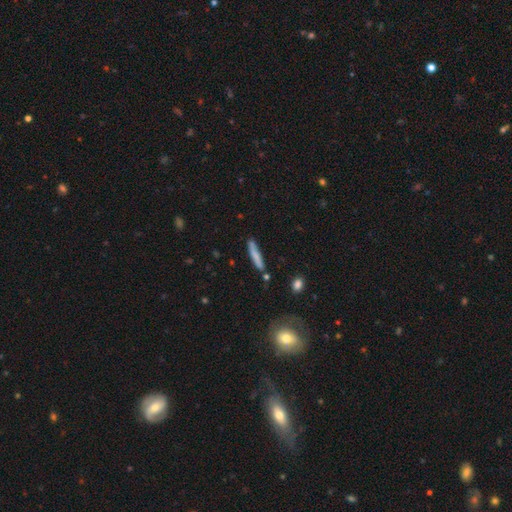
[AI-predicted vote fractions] A smooth galaxy with no disk features (76%) that is cigar-shaped (93%).

Vote fractions:
- Smooth or featured? smooth: 76% / featured or disk: 18% / star or artifact: 6%
- How rounded? cigar-shaped: 93% / in between: 6% / round: 1%
- Merging? none: 79% / minor disturbance: 14% / merger: 4% / major disturbance: 3%